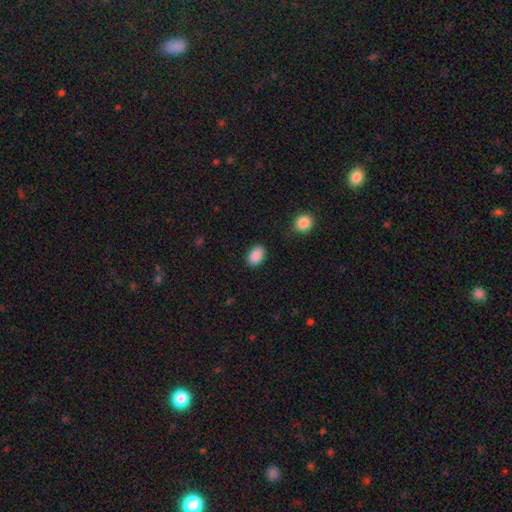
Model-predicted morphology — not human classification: type=smooth (89%); roundness=in between (84%); merging=none (86%).